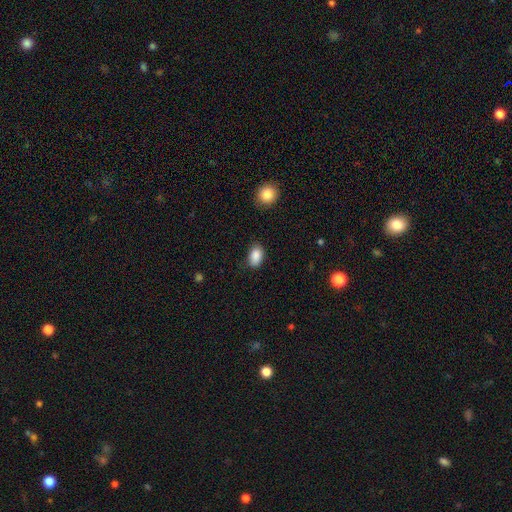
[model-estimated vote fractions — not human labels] The model was most divided on "merging": none: 79%, minor disturbance: 16%, major disturbance: 3%, merger: 1%. More confident: smooth or featured — smooth (88%); how rounded — in between (88%).